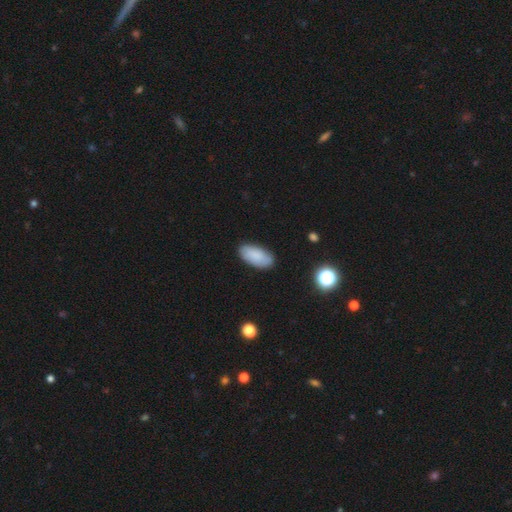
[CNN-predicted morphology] type=smooth (82%); roundness=in between (93%); merging=none (83%).